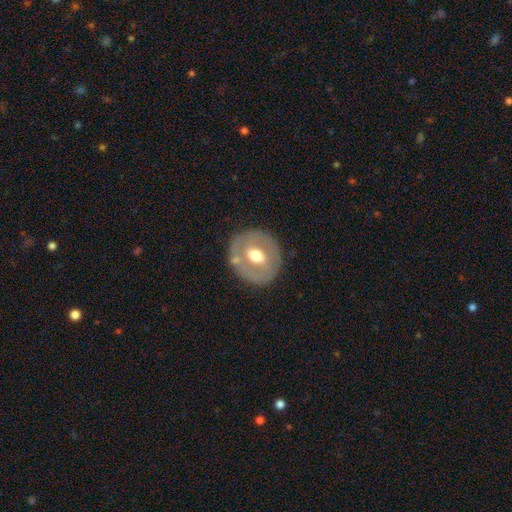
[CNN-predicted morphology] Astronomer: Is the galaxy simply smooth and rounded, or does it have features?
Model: featured or disk — 50% (runner-up: smooth, 44%).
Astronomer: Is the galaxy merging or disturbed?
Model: none — 77%.